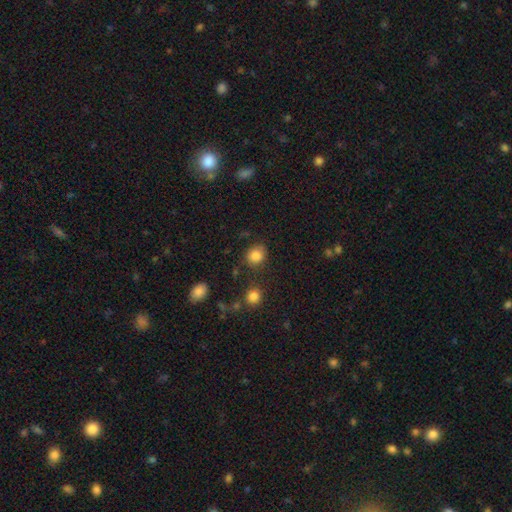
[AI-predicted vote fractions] Morphology: type=smooth (84%); roundness=round (72%); merging=none (77%).